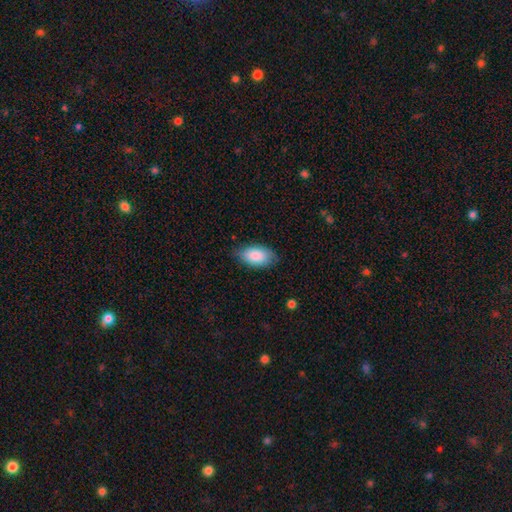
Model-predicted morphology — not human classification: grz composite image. It shows a smooth galaxy with no disk features (87%) that is in between round and cigar-shaped (94%). Merging: none (79%).